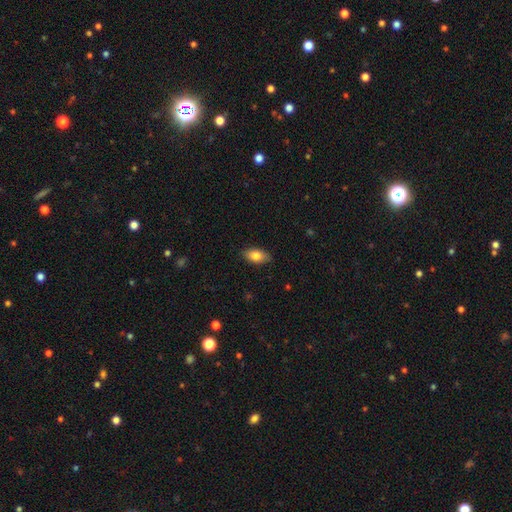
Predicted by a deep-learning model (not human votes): Smooth or featured?
  - smooth: 81% *
  - featured or disk: 12%
  - star or artifact: 7%
How rounded?
  - in between: 91% *
  - round: 5%
  - cigar-shaped: 4%
Merging?
  - none: 86% *
  - minor disturbance: 11%
  - major disturbance: 2%
  - merger: 1%